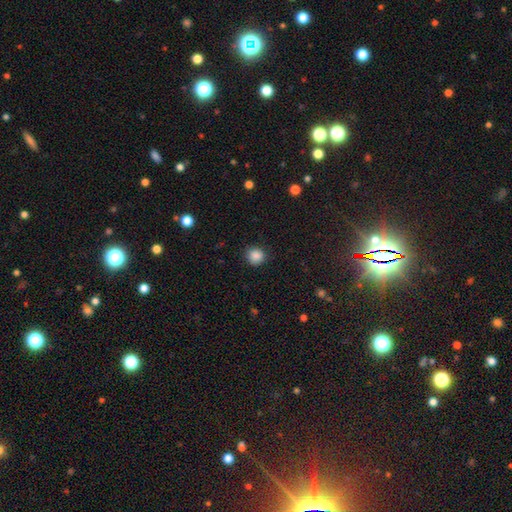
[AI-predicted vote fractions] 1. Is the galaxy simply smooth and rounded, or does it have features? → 87% smooth, 10% star or artifact, 3% featured or disk.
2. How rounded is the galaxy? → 90% round, 9% in between, 1% cigar-shaped.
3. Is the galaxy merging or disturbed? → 88% none, 8% minor disturbance, 2% major disturbance, 1% merger.